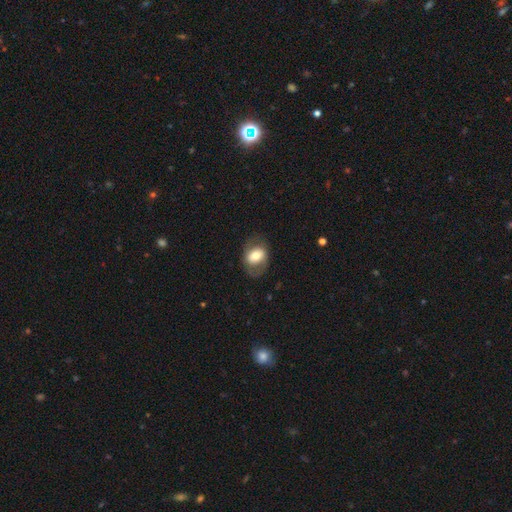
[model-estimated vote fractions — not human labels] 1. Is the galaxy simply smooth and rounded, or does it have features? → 59% smooth, 34% featured or disk, 8% star or artifact.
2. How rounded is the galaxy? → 69% in between, 30% round, 1% cigar-shaped.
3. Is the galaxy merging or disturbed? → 72% none, 16% minor disturbance, 11% major disturbance, 1% merger.